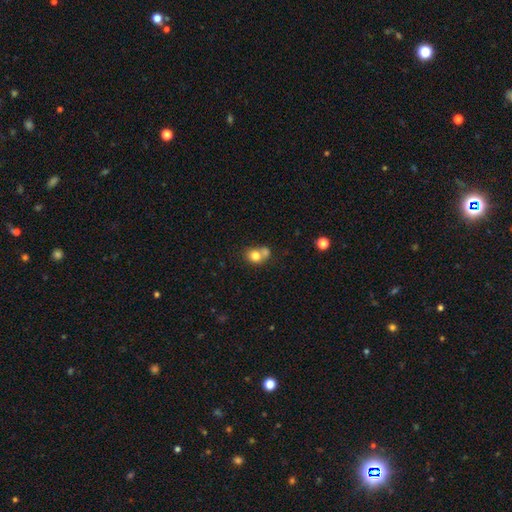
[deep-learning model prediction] Smooth or featured: smooth — 76% (featured or disk — 14%)
How rounded: round — 66% (in between — 33%)
Merging: merger — 52% (none — 35%)